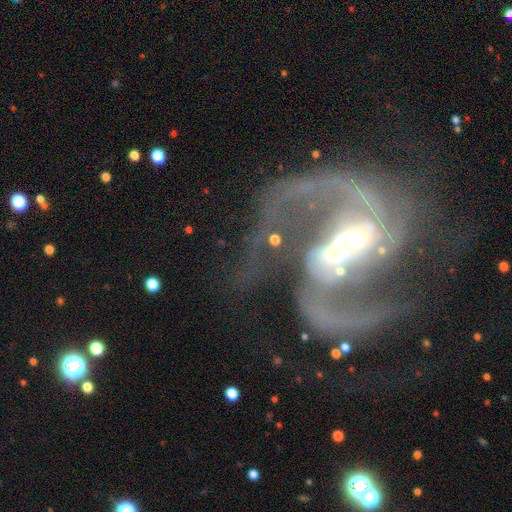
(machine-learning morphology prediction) A featured or disk galaxy (91%) with a weak bar (38%), 2 (85%) medium (57%) spiral arms (97%) and a small central bulge (54%).

Vote fractions:
- Smooth or featured? featured or disk: 91% / star or artifact: 6% / smooth: 3%
- Edge-on disk? no: 98% / yes: 2%
- Bar? weak: 38% / strong: 32% / no: 30%
- Spiral arms? yes: 97% / no: 3%
- Spiral winding? medium: 57% / loose: 30% / tight: 14%
- Spiral arm count? 2: 85% / 3: 5% / can't tell: 4% / 1: 3% / 4: 2% / more than 4: 2%
- Bulge size? small: 54% / moderate: 36% / large: 5% / none: 4% / dominant: 2%
- Merging? merger: 36% / none: 33% / major disturbance: 19% / minor disturbance: 12%